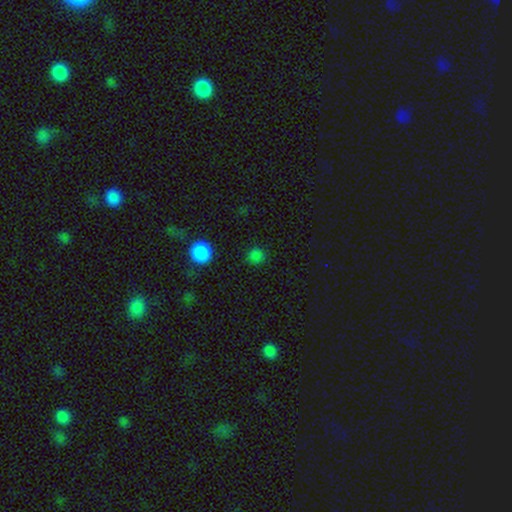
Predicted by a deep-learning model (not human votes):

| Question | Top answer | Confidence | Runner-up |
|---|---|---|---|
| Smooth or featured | smooth | 78% | star or artifact (19%) |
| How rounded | round | 91% | in between (8%) |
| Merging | none | 86% | minor disturbance (8%) |